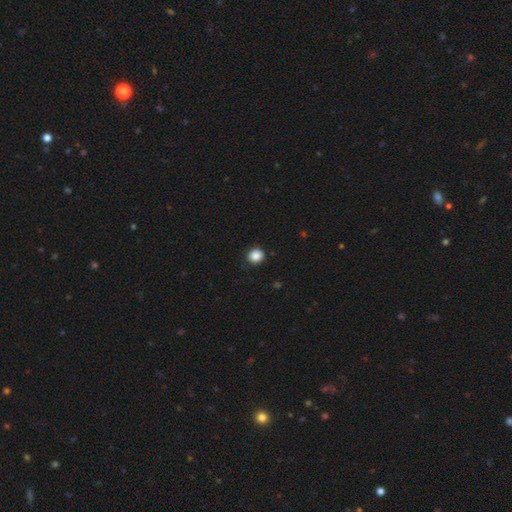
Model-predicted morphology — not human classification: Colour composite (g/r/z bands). It shows a smooth galaxy with no disk features (87%) that is round (86%). Merging: none (87%).